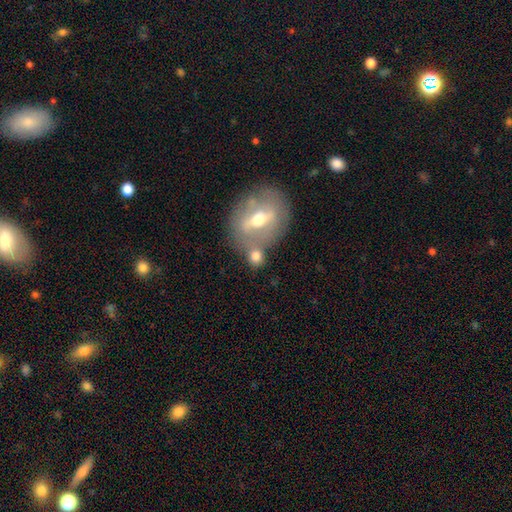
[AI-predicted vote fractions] smooth_or_featured: smooth (p=0.64) [alt: featured or disk p=0.27]
how_rounded: round (p=0.68) [alt: in between p=0.29]
merging: none (p=0.54) [alt: merger p=0.29]